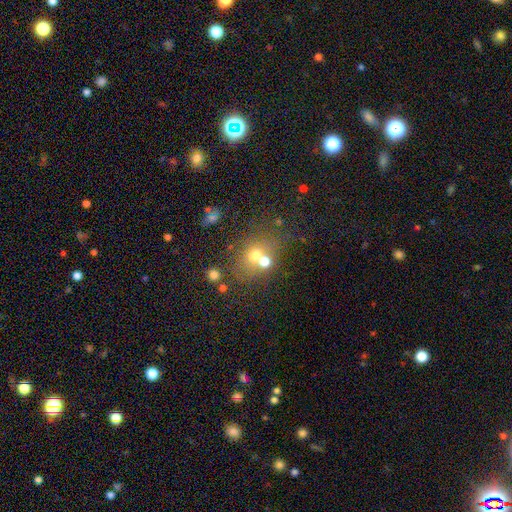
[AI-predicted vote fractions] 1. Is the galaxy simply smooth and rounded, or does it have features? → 60% smooth, 21% featured or disk, 18% star or artifact.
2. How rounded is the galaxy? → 63% round, 35% in between, 1% cigar-shaped.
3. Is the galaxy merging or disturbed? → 43% none, 41% merger, 10% minor disturbance, 6% major disturbance.